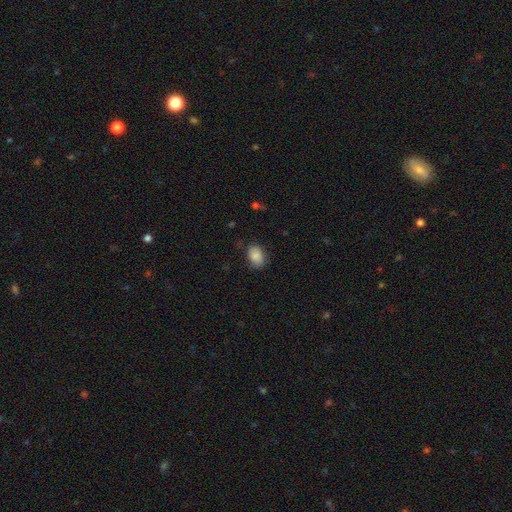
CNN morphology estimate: This appears to be a smooth galaxy with no disk features (87%) that is in between round and cigar-shaped (76%). Merging: none (77%).